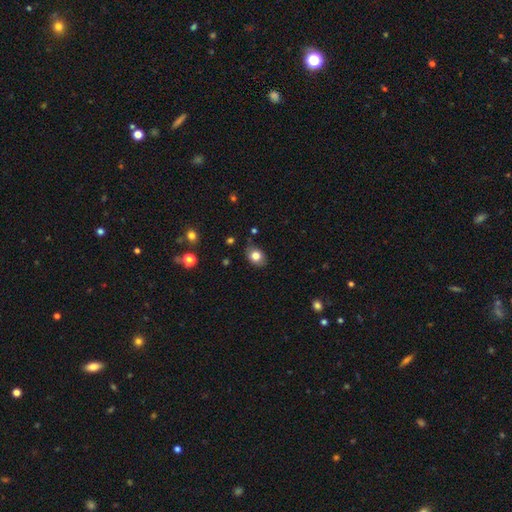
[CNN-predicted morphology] Smooth or featured? smooth (81%)
How rounded? in between (54%)
Merging? none (77%)